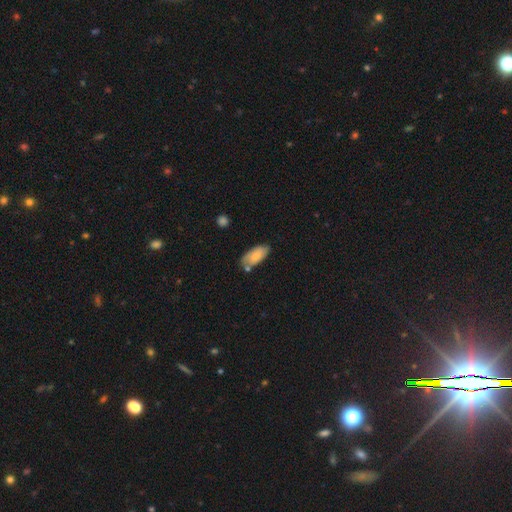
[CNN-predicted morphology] Overall: smooth (76%). How rounded: in between (88%). Merging: none (64%).